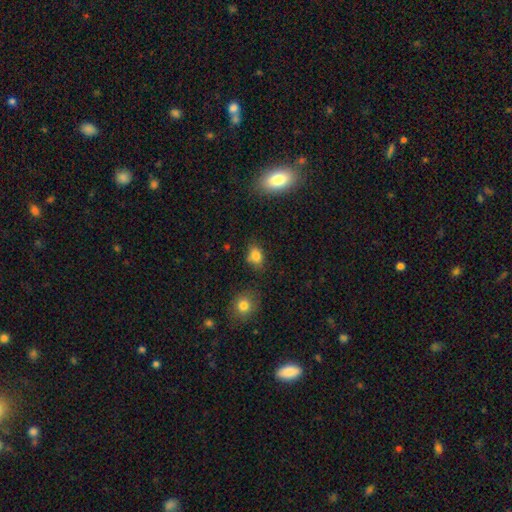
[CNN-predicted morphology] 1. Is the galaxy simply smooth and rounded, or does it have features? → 82% smooth, 12% star or artifact, 7% featured or disk.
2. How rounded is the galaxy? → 65% in between, 33% round, 2% cigar-shaped.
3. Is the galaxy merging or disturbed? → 72% none, 19% minor disturbance, 5% major disturbance, 4% merger.